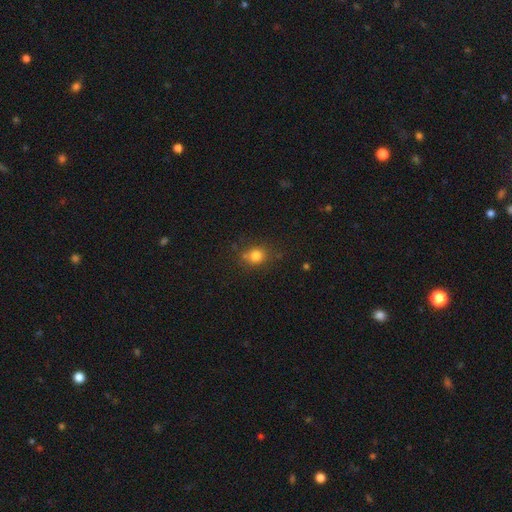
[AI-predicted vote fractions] smooth_or_featured: smooth (p=0.80) [alt: star or artifact p=0.13]
how_rounded: round (p=0.70) [alt: in between p=0.29]
merging: none (p=0.75) [alt: minor disturbance p=0.16]